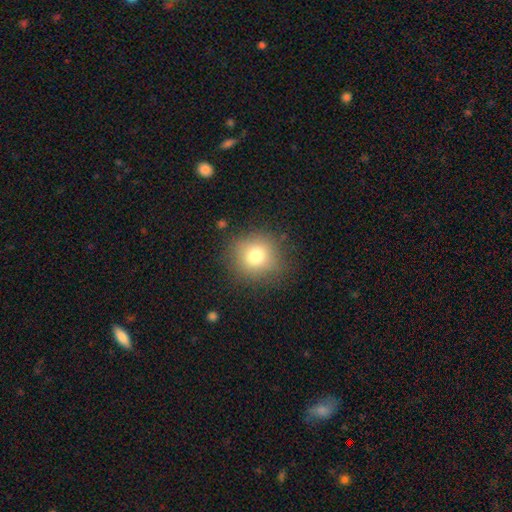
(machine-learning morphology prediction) type=smooth (76%); roundness=round (90%); merging=none (85%).